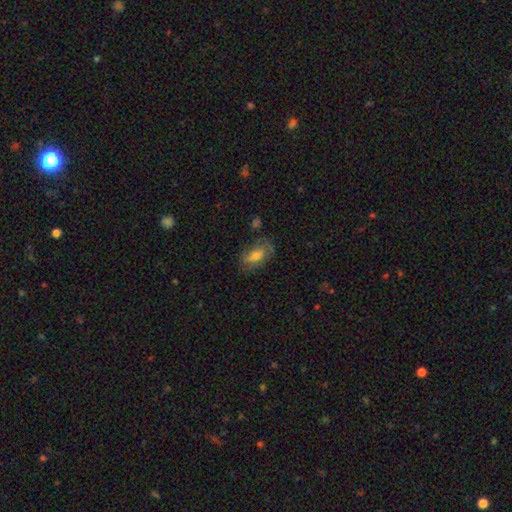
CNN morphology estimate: Overall: smooth (59%; featured or disk 32%). How rounded: in between (86%). Merging: none (68%).